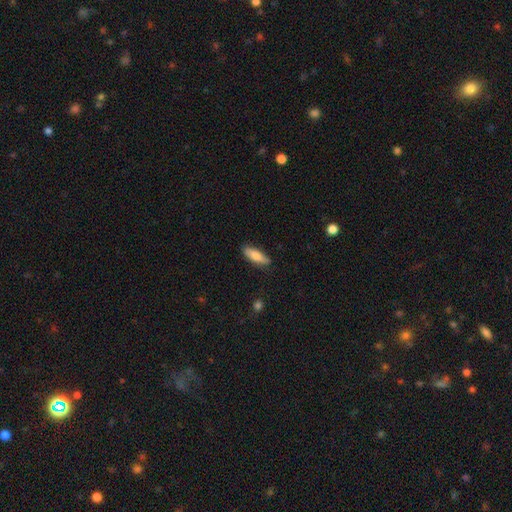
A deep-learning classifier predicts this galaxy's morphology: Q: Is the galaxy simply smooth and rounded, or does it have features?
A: smooth — 81%.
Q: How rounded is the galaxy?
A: in between — 50%.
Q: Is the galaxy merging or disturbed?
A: none — 84%.